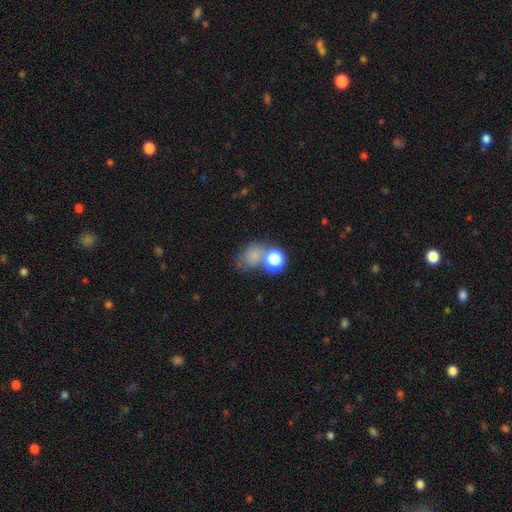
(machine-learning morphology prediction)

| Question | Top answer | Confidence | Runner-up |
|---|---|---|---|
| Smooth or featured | smooth | 71% | star or artifact (19%) |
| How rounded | in between | 52% | round (46%) |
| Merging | none | 46% | merger (28%) |